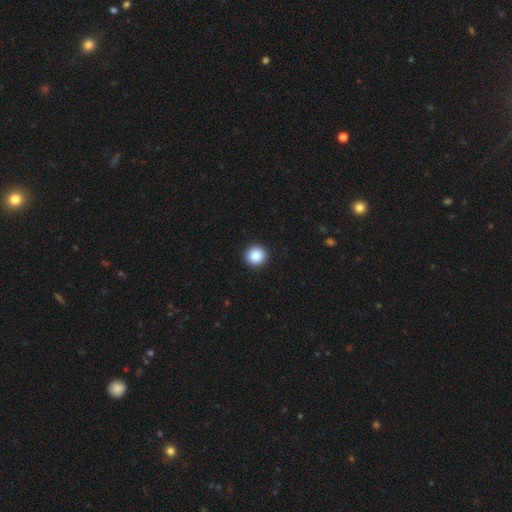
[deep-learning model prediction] Q: Smooth or featured?
A: smooth (88%); runner-up: star or artifact (8%)
Q: How rounded?
A: round (93%); runner-up: in between (6%)
Q: Merging?
A: none (93%); runner-up: minor disturbance (5%)